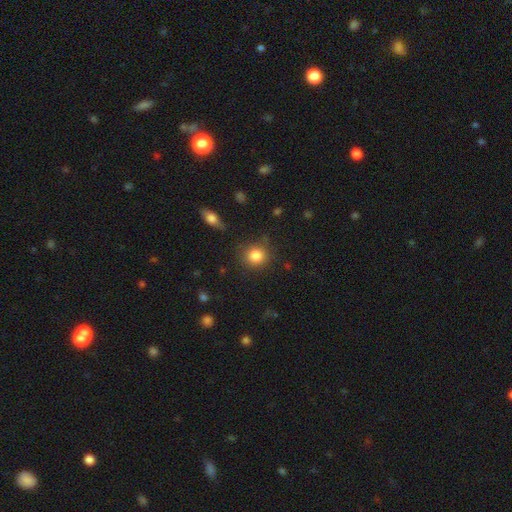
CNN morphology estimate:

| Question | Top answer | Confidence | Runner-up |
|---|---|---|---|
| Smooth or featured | smooth | 85% | star or artifact (10%) |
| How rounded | round | 87% | in between (12%) |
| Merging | none | 82% | minor disturbance (12%) |